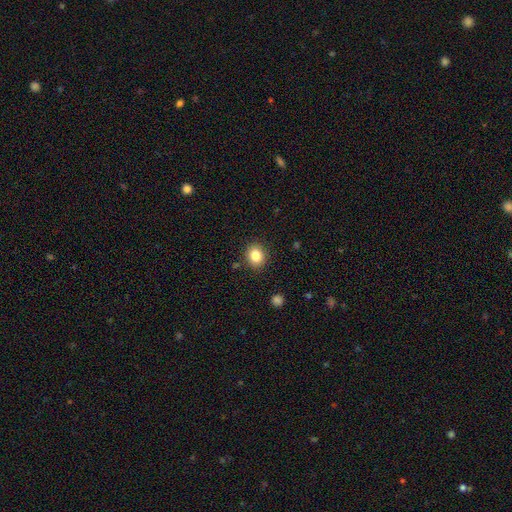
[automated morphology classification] Smooth or featured?
  - smooth: 83% *
  - star or artifact: 10%
  - featured or disk: 6%
How rounded?
  - round: 72% *
  - in between: 27%
  - cigar-shaped: 1%
Merging?
  - none: 88% *
  - minor disturbance: 8%
  - major disturbance: 2%
  - merger: 2%